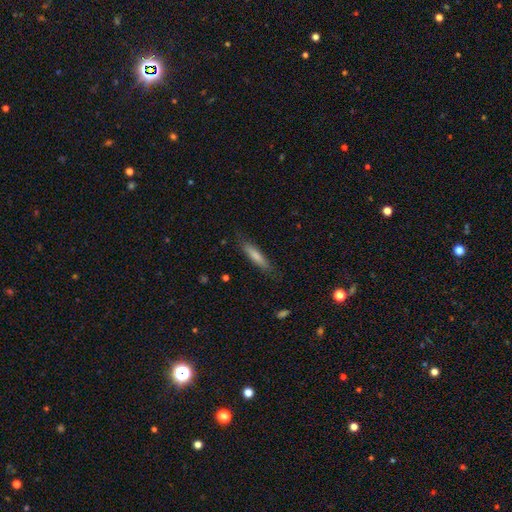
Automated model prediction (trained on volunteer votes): smooth_or_featured: smooth (p=0.74) [alt: featured or disk p=0.20]
how_rounded: cigar-shaped (p=0.83) [alt: in between p=0.16]
merging: none (p=0.81) [alt: minor disturbance p=0.14]